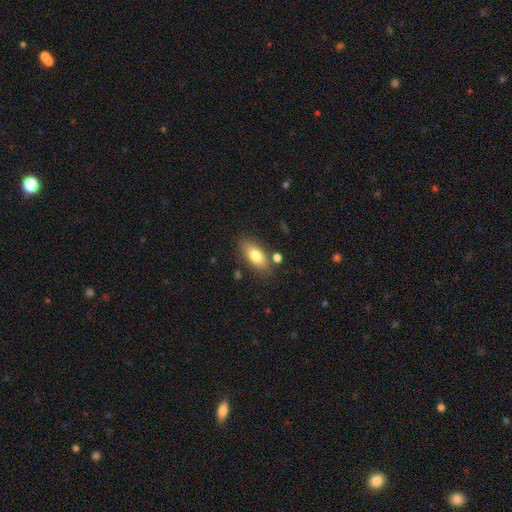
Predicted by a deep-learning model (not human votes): Smooth or featured? smooth (76%)
How rounded? in between (85%)
Merging? none (78%)